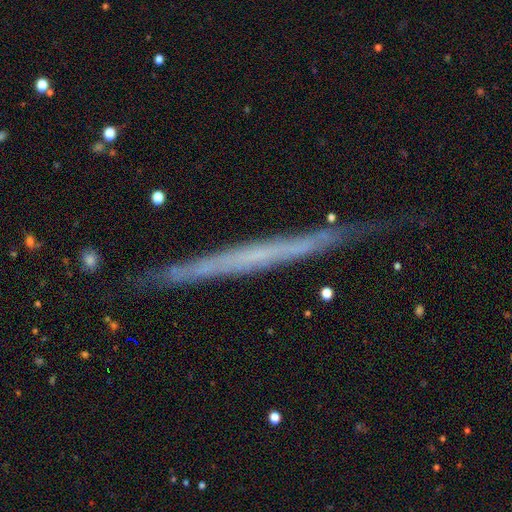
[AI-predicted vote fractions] Overall: featured or disk (67%). Edge-on disk: yes (96%). Edge-on bulge: none (90%). Merging: none (85%).